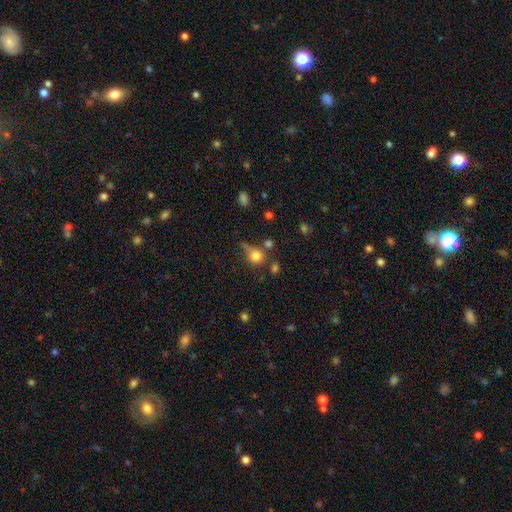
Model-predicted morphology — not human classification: type=smooth (78%); roundness=round (85%); merging=none (54%).